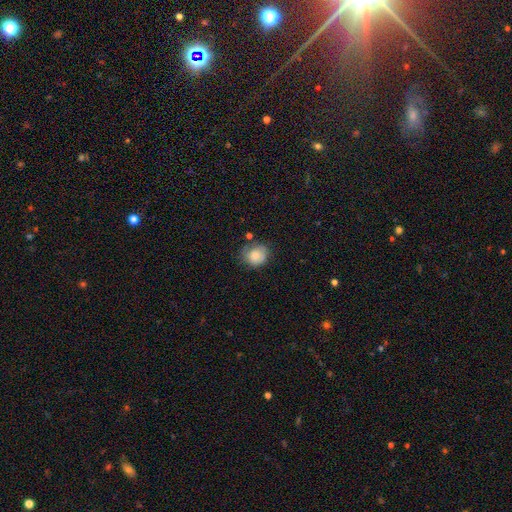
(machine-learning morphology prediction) type=smooth (77%); roundness=round (76%); merging=none (58%).